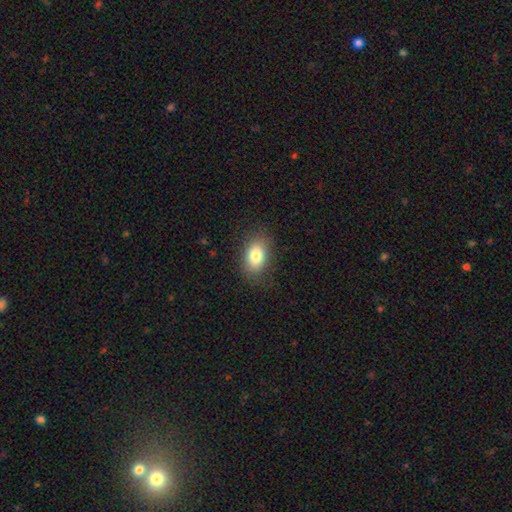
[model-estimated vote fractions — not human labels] Smooth or featured? smooth (81%)
How rounded? in between (86%)
Merging? none (83%)